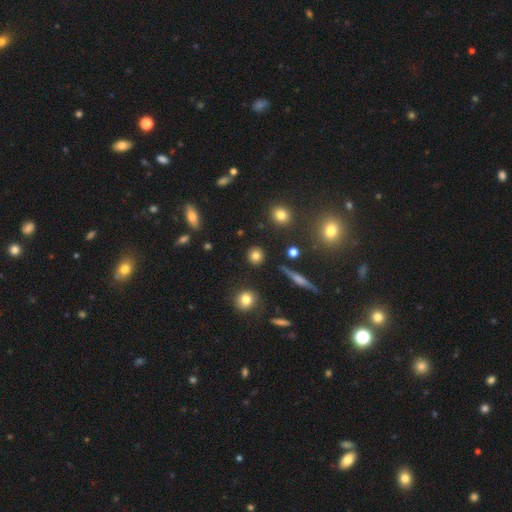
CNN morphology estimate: Overall: smooth (80%). How rounded: round (89%). Merging: none (89%).